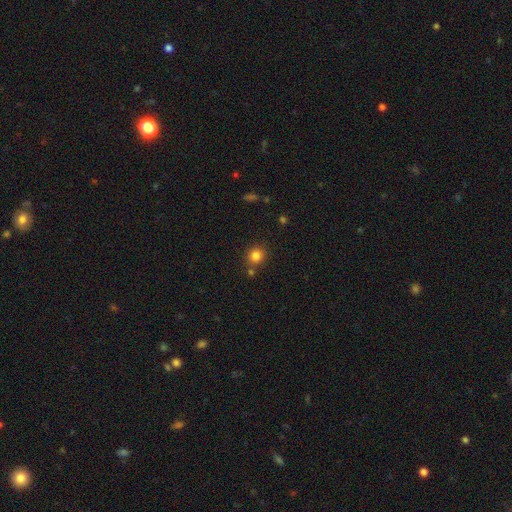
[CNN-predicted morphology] smooth 83%, star or artifact 12%, featured or disk 5%. Down the decision tree: how rounded — round (89%); merging — none (78%).